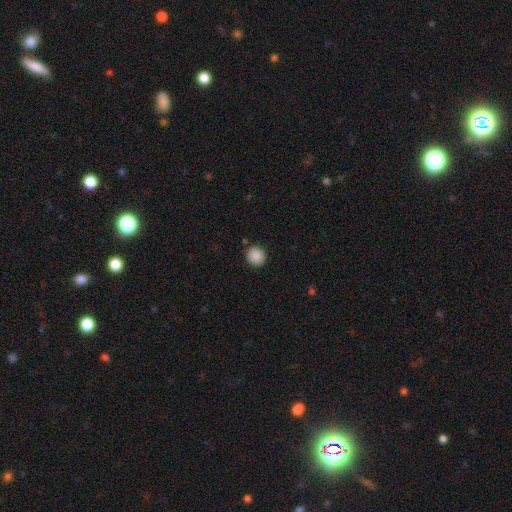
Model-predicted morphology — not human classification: The model was most divided on "how rounded": round: 88%, in between: 11%, cigar-shaped: 1%. More confident: smooth or featured — smooth (89%); merging — none (88%).